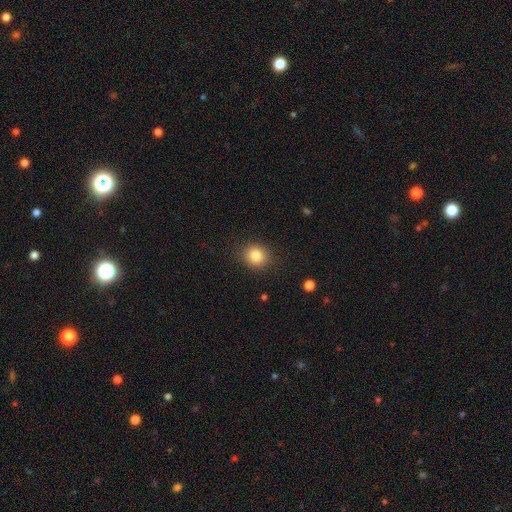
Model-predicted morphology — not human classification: Smooth or featured?
  - smooth: 83% *
  - star or artifact: 11%
  - featured or disk: 7%
How rounded?
  - round: 79% *
  - in between: 21%
  - cigar-shaped: 1%
Merging?
  - none: 88% *
  - minor disturbance: 8%
  - major disturbance: 3%
  - merger: 1%